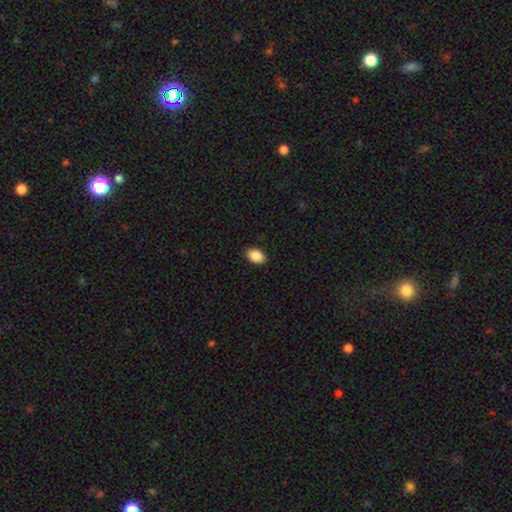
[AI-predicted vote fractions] This is clearly a smooth galaxy (90%). How rounded: clearly in between (88%). Merging: clearly none (90%).